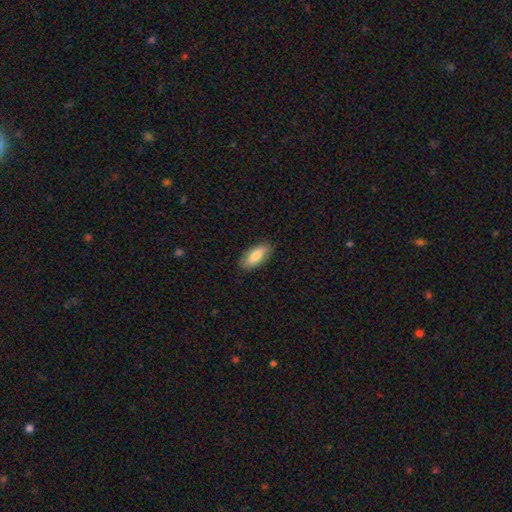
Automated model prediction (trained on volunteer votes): Smooth or featured?
  - smooth: 78% *
  - featured or disk: 16%
  - star or artifact: 6%
How rounded?
  - in between: 79% *
  - cigar-shaped: 19%
  - round: 2%
Merging?
  - none: 85% *
  - minor disturbance: 12%
  - major disturbance: 2%
  - merger: 1%